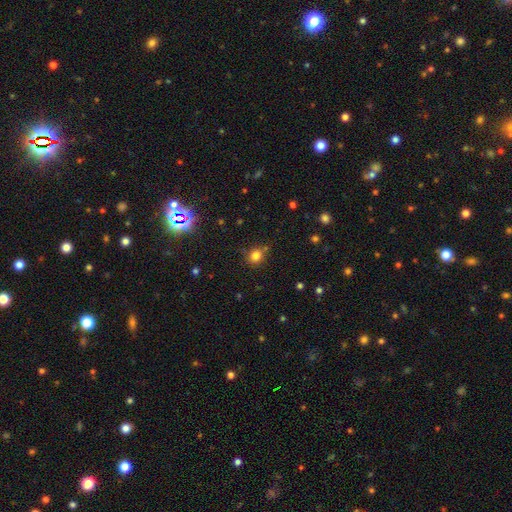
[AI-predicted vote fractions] smooth_or_featured: smooth (p=0.78) [alt: star or artifact p=0.16]
how_rounded: round (p=0.71) [alt: in between p=0.28]
merging: none (p=0.72) [alt: minor disturbance p=0.18]